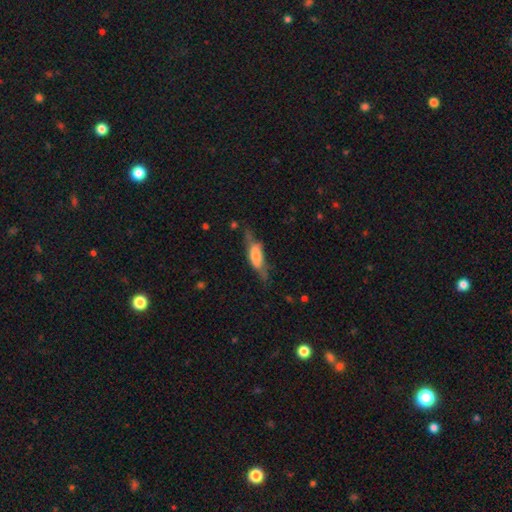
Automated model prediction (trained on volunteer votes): Smooth or featured? Predicted: smooth (p=0.56). How rounded? Predicted: in between (p=0.60). Merging? Predicted: none (p=0.48).